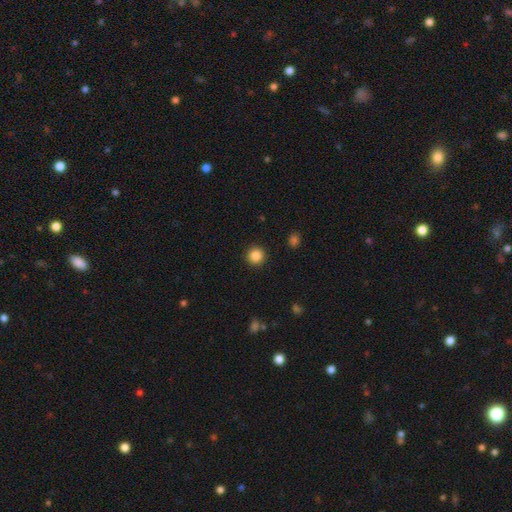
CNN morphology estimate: smooth_or_featured: smooth (p=0.86) [alt: star or artifact p=0.10]
how_rounded: round (p=0.95) [alt: in between p=0.04]
merging: none (p=0.92) [alt: minor disturbance p=0.05]